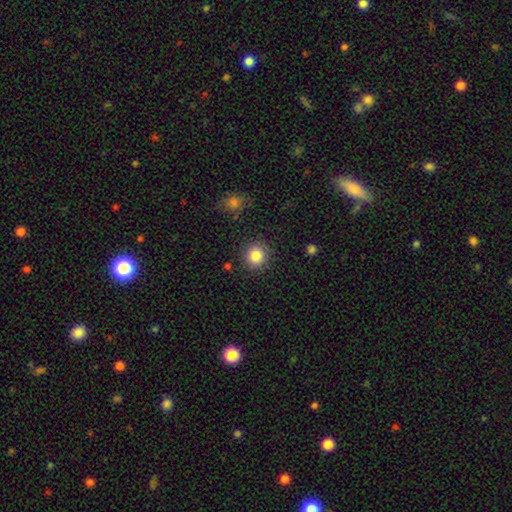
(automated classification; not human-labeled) This appears to be a smooth galaxy with no disk features (84%) that is round (89%). Merging: none (87%).